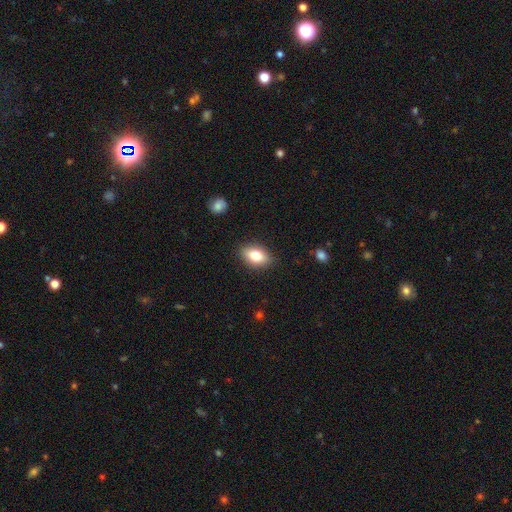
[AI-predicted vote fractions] smooth 78%, featured or disk 14%, star or artifact 8%. Down the decision tree: how rounded — in between (86%); merging — none (87%).